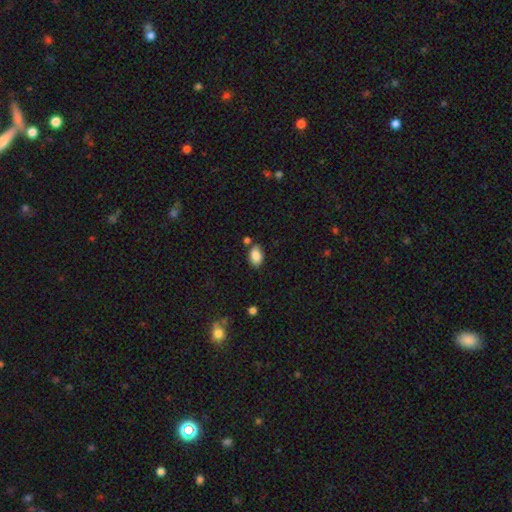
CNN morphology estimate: Q: Smooth or featured?
A: smooth (87%); runner-up: star or artifact (8%)
Q: How rounded?
A: in between (89%); runner-up: round (10%)
Q: Merging?
A: none (75%); runner-up: minor disturbance (14%)